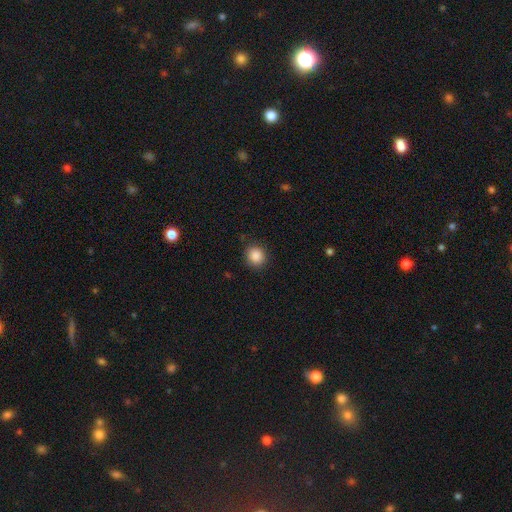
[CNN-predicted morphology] smooth-or-featured: smooth: 87% | star or artifact: 9% | featured or disk: 3%
  how-rounded: round: 85% | in between: 14% | cigar-shaped: 1%
  merging: none: 86% | minor disturbance: 10% | major disturbance: 3% | merger: 1%